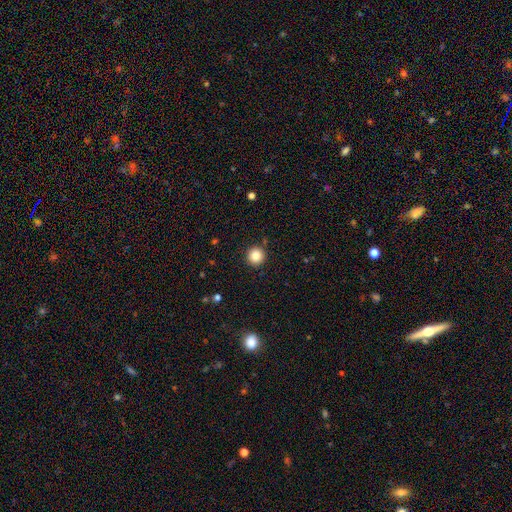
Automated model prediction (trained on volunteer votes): Smooth or featured? smooth (84%)
How rounded? round (96%)
Merging? none (92%)